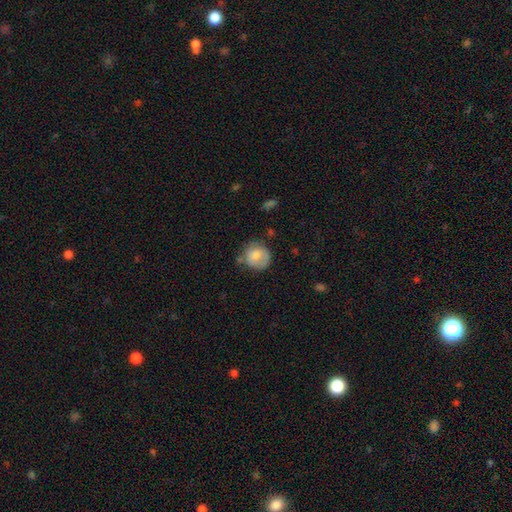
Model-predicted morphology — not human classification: Smooth or featured? Predicted: smooth (p=0.70). How rounded? Predicted: round (p=0.86). Merging? Predicted: none (p=0.62).